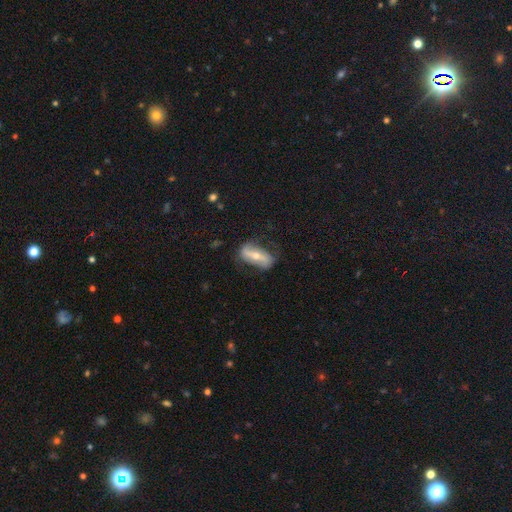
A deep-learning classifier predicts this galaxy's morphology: The model was most divided on "bulge size": moderate: 52%, small: 43%, large: 2%, none: 1%, dominant: 1%. More confident: edge-on disk — no (81%); spiral arms — yes (70%); merging — none (66%); smooth or featured — featured or disk (65%); bar — strong (53%).